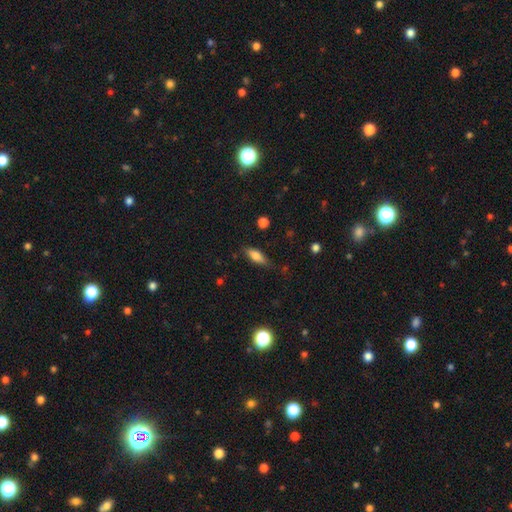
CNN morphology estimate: Overall: smooth (71%). How rounded: in between (66%; cigar-shaped 31%). Merging: none (74%).